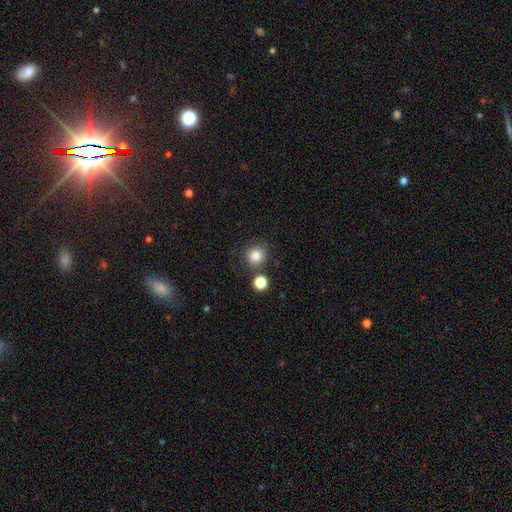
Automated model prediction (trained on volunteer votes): A smooth galaxy with no disk features (83%) that is round (89%). Merging: none (76%).